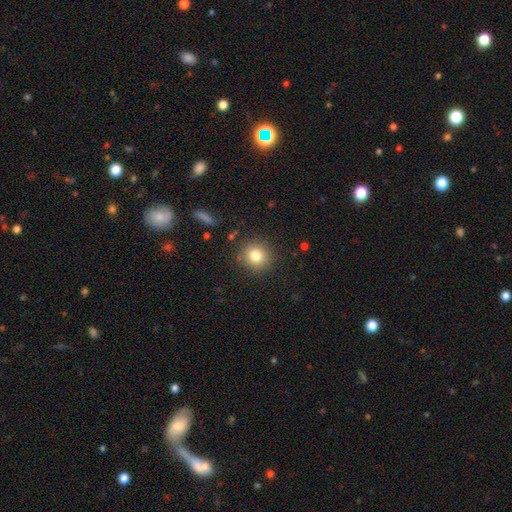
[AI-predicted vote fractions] Q: Smooth or featured?
A: smooth (81%); runner-up: star or artifact (11%)
Q: How rounded?
A: round (90%); runner-up: in between (9%)
Q: Merging?
A: none (87%); runner-up: minor disturbance (8%)